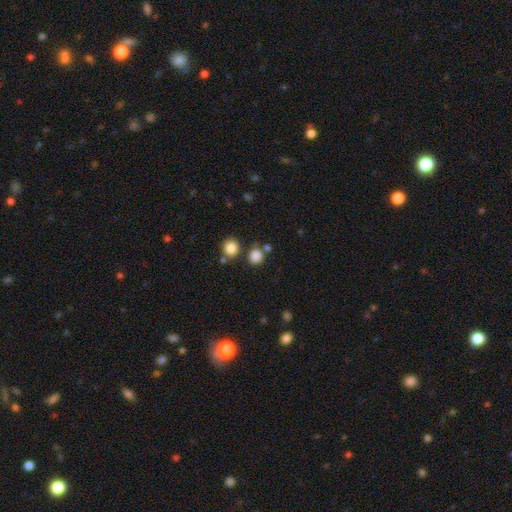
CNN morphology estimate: type=smooth (83%); roundness=round (86%); merging=none (73%).